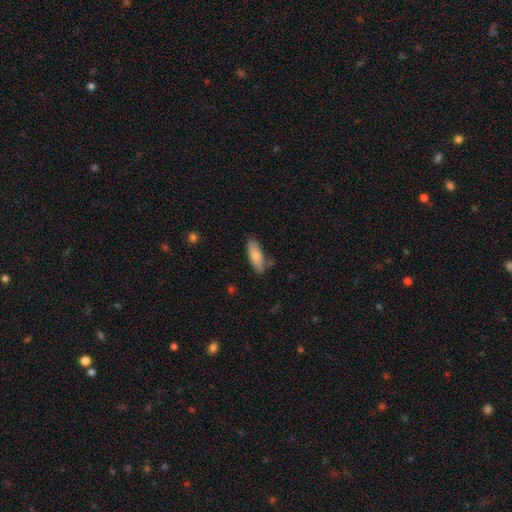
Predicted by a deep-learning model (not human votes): smooth_or_featured: smooth (p=0.80) [alt: featured or disk p=0.14]
how_rounded: in between (p=0.68) [alt: cigar-shaped p=0.30]
merging: none (p=0.77) [alt: minor disturbance p=0.16]